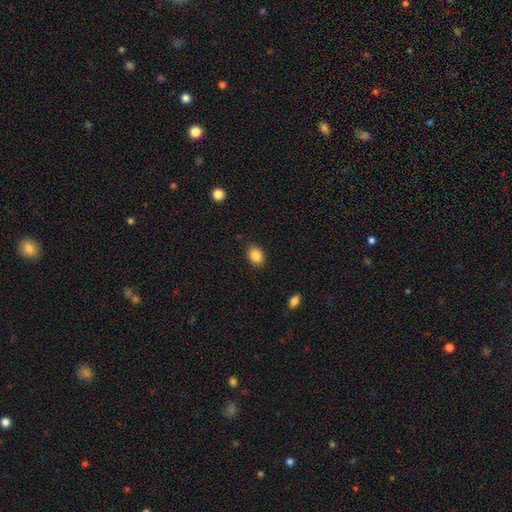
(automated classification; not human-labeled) smooth-or-featured: smooth: 86% | star or artifact: 9% | featured or disk: 5%
  how-rounded: in between: 70% | round: 29% | cigar-shaped: 1%
  merging: none: 86% | minor disturbance: 11% | major disturbance: 3% | merger: 1%